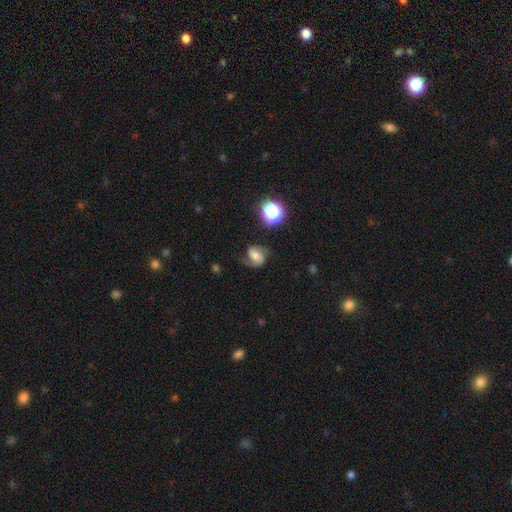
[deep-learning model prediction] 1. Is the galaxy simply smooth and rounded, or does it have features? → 66% featured or disk, 22% smooth, 12% star or artifact.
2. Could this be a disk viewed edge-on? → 97% no, 3% yes.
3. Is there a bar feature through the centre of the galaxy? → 41% weak, 37% no, 23% strong.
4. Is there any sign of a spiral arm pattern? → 94% yes, 6% no.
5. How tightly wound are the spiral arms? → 47% medium, 36% loose, 17% tight.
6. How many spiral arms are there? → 90% 2, 4% can't tell, 3% 1, 1% 3, 1% 4, 1% more than 4.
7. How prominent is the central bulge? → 45% moderate, 34% small, 11% large, 7% none, 3% dominant.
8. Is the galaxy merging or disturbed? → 71% none, 18% minor disturbance, 9% major disturbance, 2% merger.